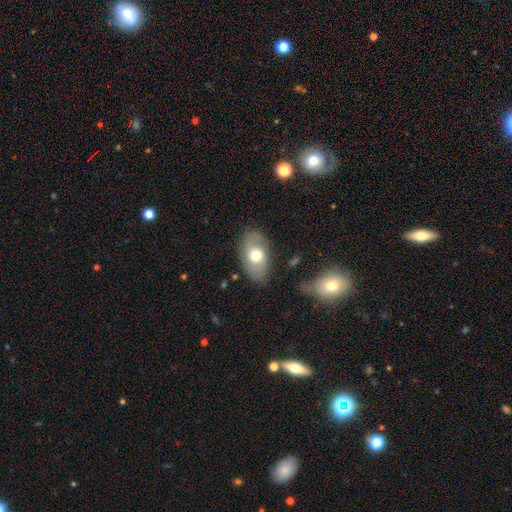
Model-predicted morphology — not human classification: smooth-or-featured: smooth: 62% | featured or disk: 31% | star or artifact: 7%
  how-rounded: in between: 89% | round: 9% | cigar-shaped: 2%
  merging: none: 77% | minor disturbance: 16% | major disturbance: 5% | merger: 2%